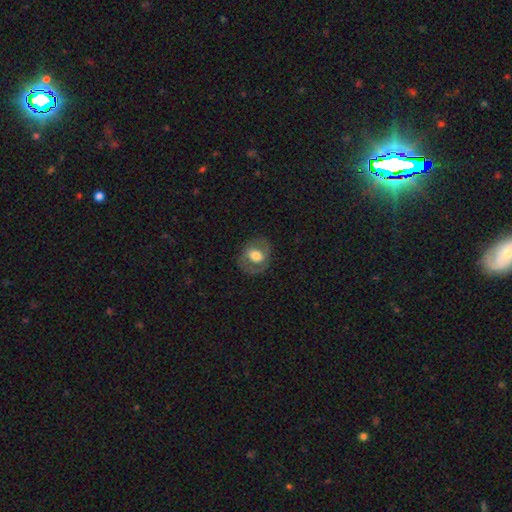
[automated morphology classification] Smooth or featured? Predicted: smooth (p=0.53). How rounded? Predicted: round (p=0.57). Merging? Predicted: none (p=0.77).